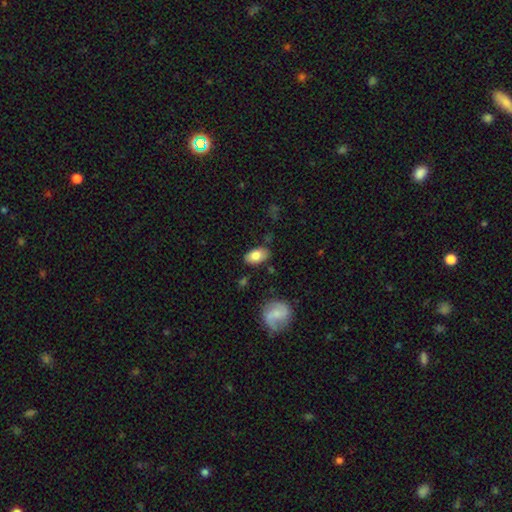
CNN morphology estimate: Smooth or featured? smooth (80%)
How rounded? in between (93%)
Merging? none (81%)